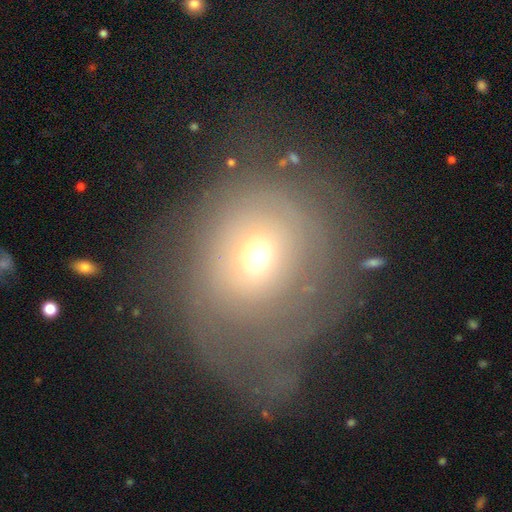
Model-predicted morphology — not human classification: Q: Smooth or featured?
A: featured or disk (47%); runner-up: smooth (41%)
Q: Merging?
A: major disturbance (40%); runner-up: none (38%)